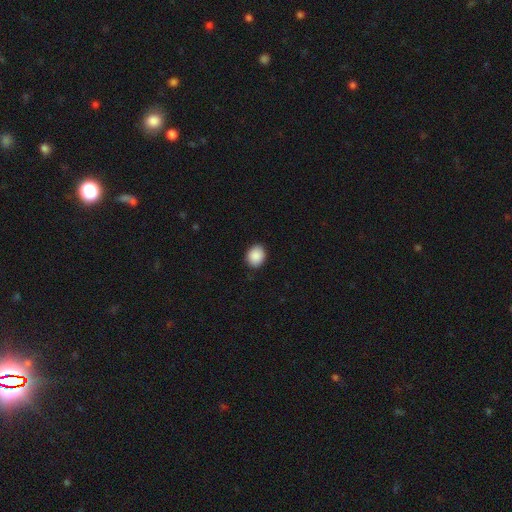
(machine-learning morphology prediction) A smooth galaxy with no disk features (90%) that is round (54%). Merging: none (87%).